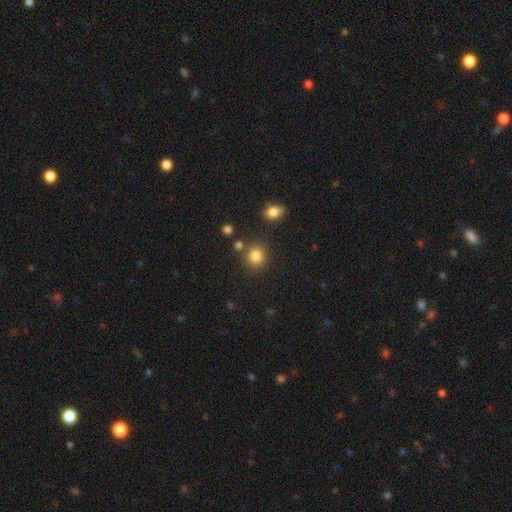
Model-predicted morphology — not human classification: Smooth or featured? Predicted: smooth (p=0.83). How rounded? Predicted: round (p=0.83). Merging? Predicted: none (p=0.80).